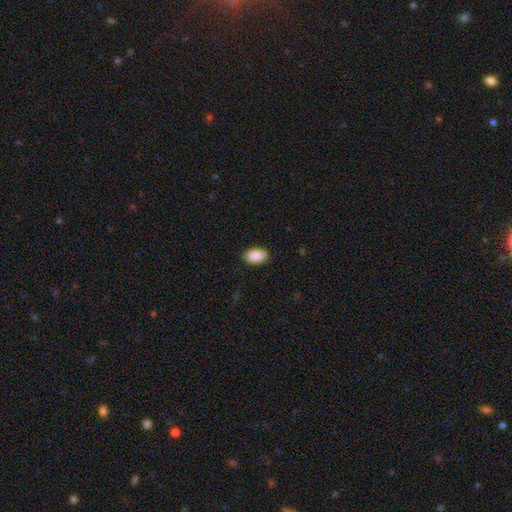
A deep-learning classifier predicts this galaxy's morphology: smooth_or_featured: smooth (p=0.89) [alt: star or artifact p=0.06]
how_rounded: in between (p=0.91) [alt: round p=0.08]
merging: none (p=0.87) [alt: minor disturbance p=0.10]